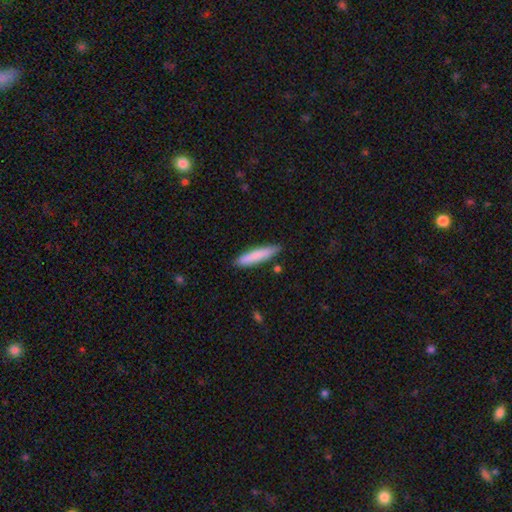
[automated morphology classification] smooth-or-featured: smooth: 79% | featured or disk: 15% | star or artifact: 6%
  how-rounded: cigar-shaped: 86% | in between: 13% | round: 1%
  merging: none: 86% | minor disturbance: 10% | merger: 2% | major disturbance: 2%